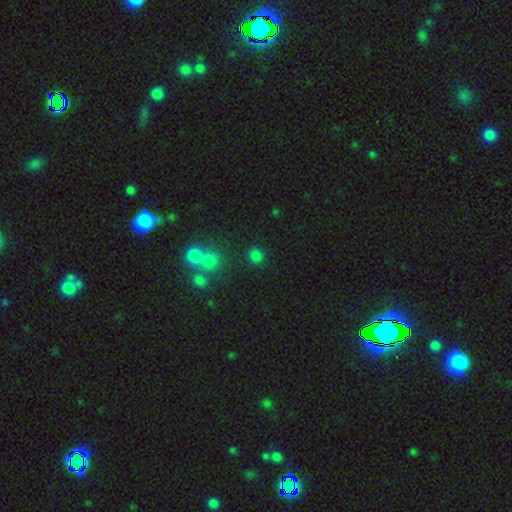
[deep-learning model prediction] Smooth or featured? Predicted: smooth (p=0.76). How rounded? Predicted: round (p=0.89). Merging? Predicted: none (p=0.81).